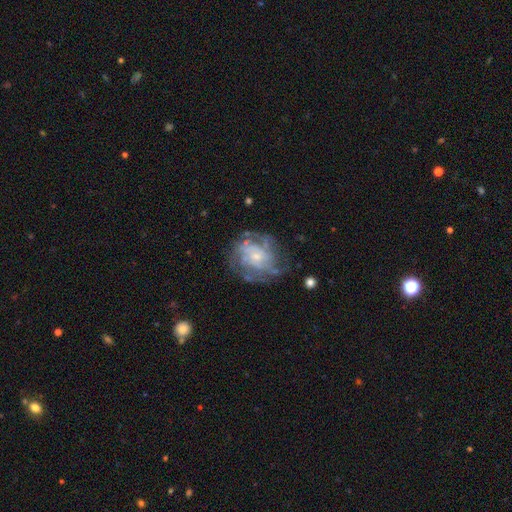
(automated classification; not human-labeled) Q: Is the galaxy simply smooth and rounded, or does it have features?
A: featured or disk — 79%.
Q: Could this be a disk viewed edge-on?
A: no — 98%.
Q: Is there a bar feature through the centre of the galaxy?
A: no — 75%.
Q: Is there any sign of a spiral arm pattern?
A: yes — 86%.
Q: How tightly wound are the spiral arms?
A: tight — 51%.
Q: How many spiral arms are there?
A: can't tell — 41%.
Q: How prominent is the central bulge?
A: small — 71%.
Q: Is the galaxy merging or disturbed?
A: none — 66%.